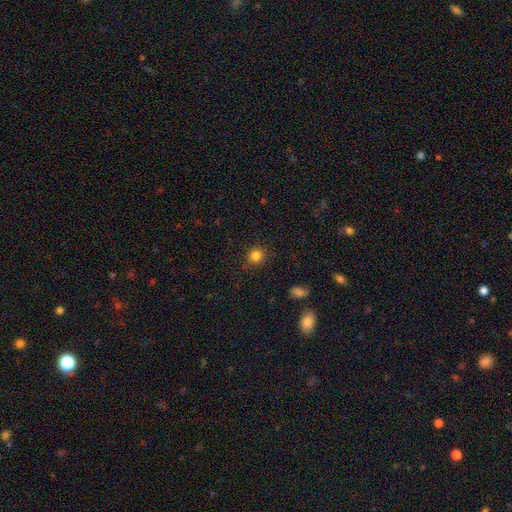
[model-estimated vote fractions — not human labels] Smooth or featured?
  - smooth: 83% *
  - star or artifact: 12%
  - featured or disk: 5%
How rounded?
  - round: 85% *
  - in between: 14%
  - cigar-shaped: 1%
Merging?
  - none: 85% *
  - minor disturbance: 10%
  - major disturbance: 3%
  - merger: 1%